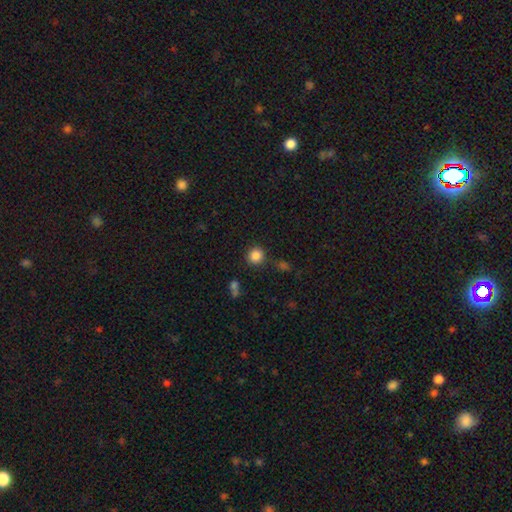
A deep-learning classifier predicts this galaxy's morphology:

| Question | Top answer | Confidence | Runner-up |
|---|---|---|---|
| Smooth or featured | smooth | 85% | star or artifact (11%) |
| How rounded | round | 91% | in between (8%) |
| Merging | none | 83% | minor disturbance (9%) |